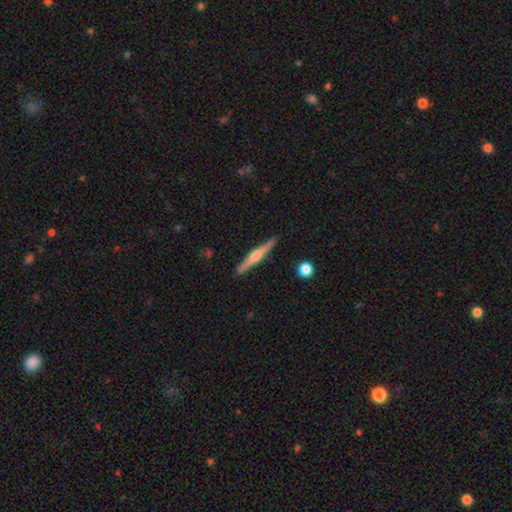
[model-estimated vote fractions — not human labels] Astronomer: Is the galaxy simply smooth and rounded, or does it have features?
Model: featured or disk — 67%.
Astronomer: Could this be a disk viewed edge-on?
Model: yes — 98%.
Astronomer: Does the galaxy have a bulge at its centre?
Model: rounded — 80%.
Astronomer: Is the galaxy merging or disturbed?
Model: none — 91%.